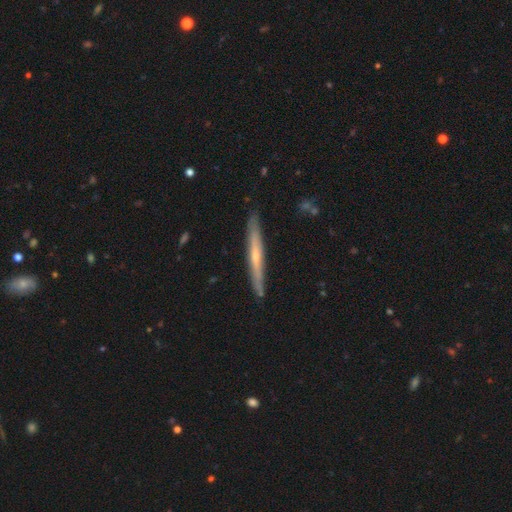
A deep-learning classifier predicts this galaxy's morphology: Smooth or featured: featured or disk — 59% (smooth — 35%)
Edge-on disk: yes — 94% (no — 6%)
Edge-on bulge: none — 50% (rounded — 46%)
Merging: none — 88% (minor disturbance — 9%)